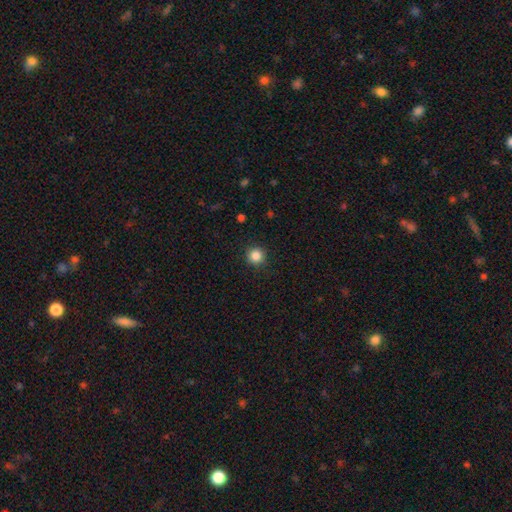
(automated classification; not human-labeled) This is clearly a smooth galaxy (85%). How rounded: clearly round (95%). Merging: clearly none (91%).